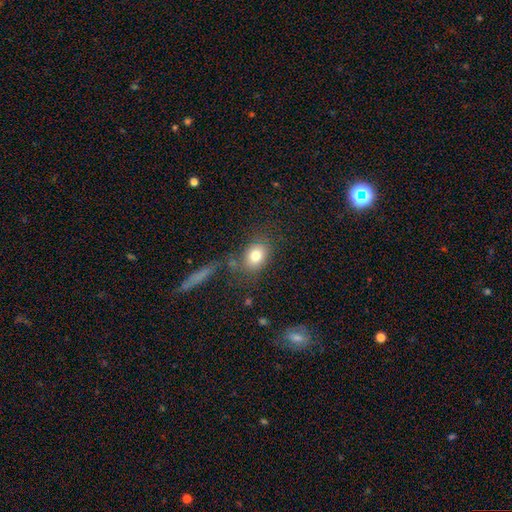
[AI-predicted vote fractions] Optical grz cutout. It shows a smooth galaxy with no disk features (79%) that is in between round and cigar-shaped (61%). Merging: none (70%).